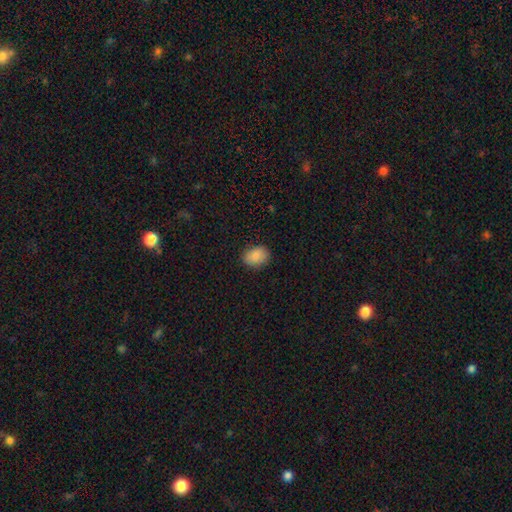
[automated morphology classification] type=smooth (88%); roundness=in between (69%); merging=none (86%).